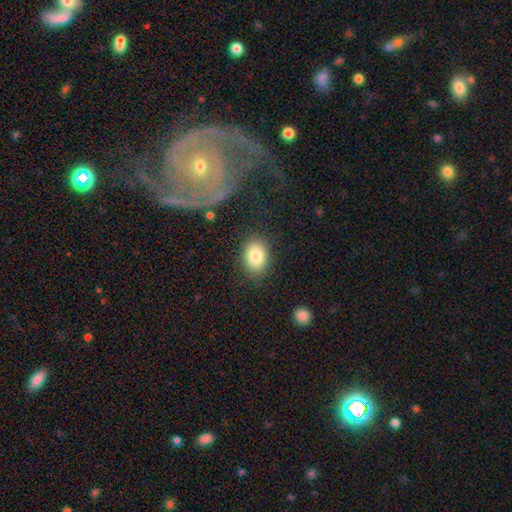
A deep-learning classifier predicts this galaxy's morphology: Smooth or featured: smooth — 84% (star or artifact — 8%)
How rounded: in between — 68% (round — 31%)
Merging: none — 84% (minor disturbance — 11%)